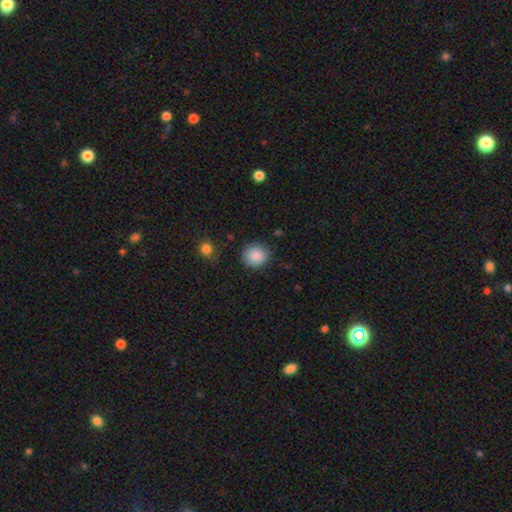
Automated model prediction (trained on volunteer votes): Overall: smooth (89%). How rounded: round (91%). Merging: none (86%).